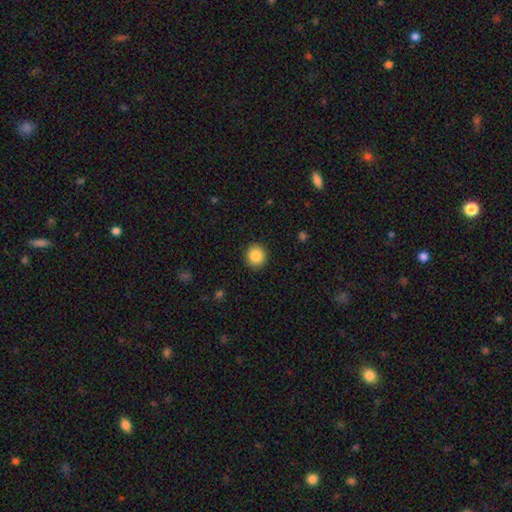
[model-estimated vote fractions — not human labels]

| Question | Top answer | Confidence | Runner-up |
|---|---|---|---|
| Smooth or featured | smooth | 86% | star or artifact (9%) |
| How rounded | round | 90% | in between (9%) |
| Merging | none | 91% | minor disturbance (6%) |